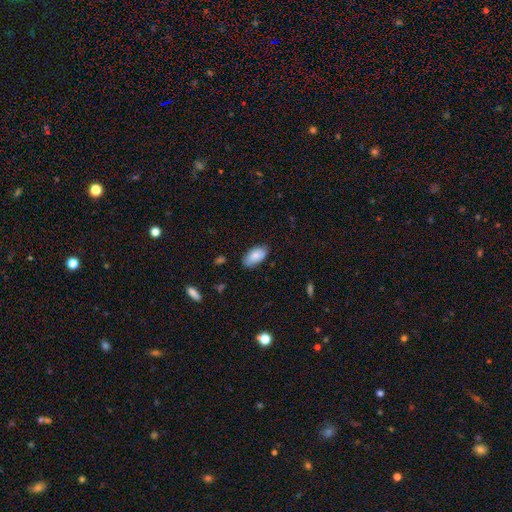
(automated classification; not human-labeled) Overall: smooth (81%). How rounded: in between (95%). Merging: none (79%).